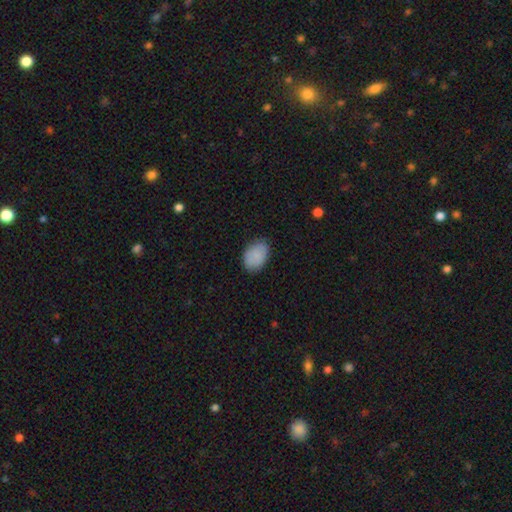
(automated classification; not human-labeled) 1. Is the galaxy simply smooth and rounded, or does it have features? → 87% smooth, 7% star or artifact, 6% featured or disk.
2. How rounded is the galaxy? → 83% in between, 16% round, 1% cigar-shaped.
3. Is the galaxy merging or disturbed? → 78% none, 17% minor disturbance, 3% major disturbance, 1% merger.